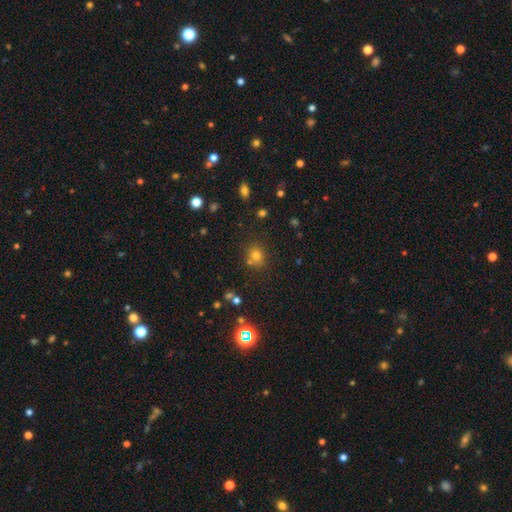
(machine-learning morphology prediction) Smooth or featured? Predicted: smooth (p=0.68). How rounded? Predicted: round (p=0.79). Merging? Predicted: none (p=0.71).